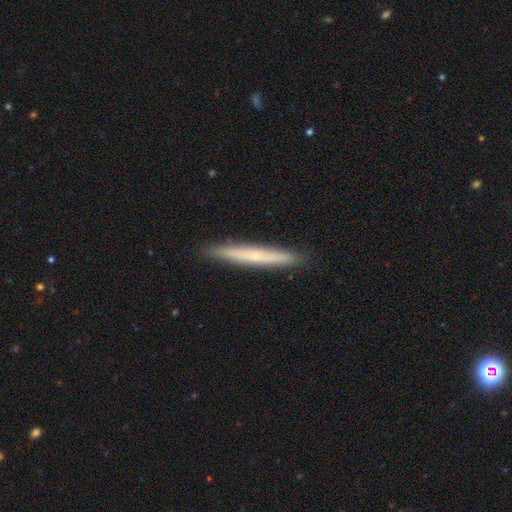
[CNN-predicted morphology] Smooth or featured?
  - smooth: 49% *
  - featured or disk: 45%
  - star or artifact: 6%
Merging?
  - none: 92% *
  - minor disturbance: 6%
  - major disturbance: 1%
  - merger: 1%